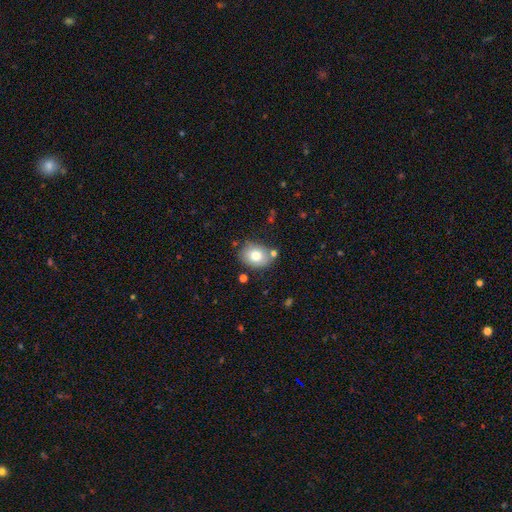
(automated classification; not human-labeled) Q: Smooth or featured?
A: smooth (79%); runner-up: featured or disk (13%)
Q: How rounded?
A: in between (62%); runner-up: round (37%)
Q: Merging?
A: none (75%); runner-up: minor disturbance (15%)